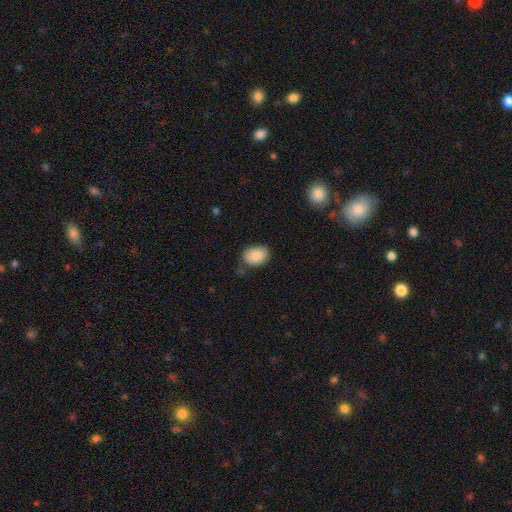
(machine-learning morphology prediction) A smooth galaxy with no disk features (89%) that is in between round and cigar-shaped (79%).

Vote fractions:
- Smooth or featured? smooth: 89% / star or artifact: 7% / featured or disk: 4%
- How rounded? in between: 79% / round: 20% / cigar-shaped: 1%
- Merging? none: 74% / minor disturbance: 20% / major disturbance: 4% / merger: 2%